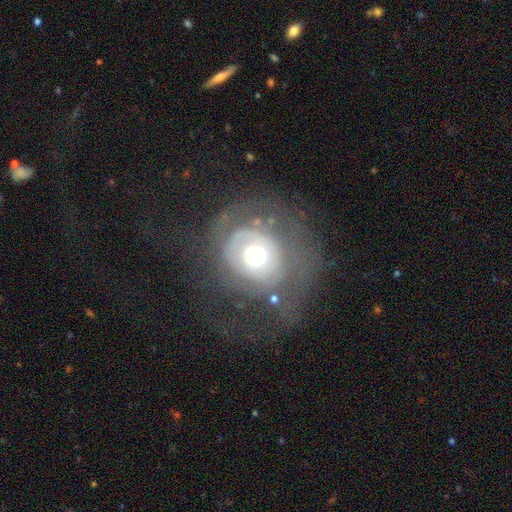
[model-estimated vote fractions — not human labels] Smooth or featured: featured or disk — 56% (smooth — 34%)
Edge-on disk: no — 96% (yes — 4%)
Bar: no — 87% (weak — 10%)
Spiral arms: no — 51% (yes — 49%)
Bulge size: moderate — 60% (large — 22%)
Merging: none — 48% (major disturbance — 31%)